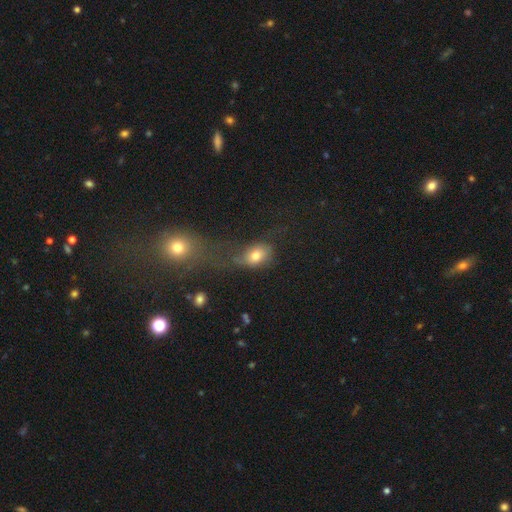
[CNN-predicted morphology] Q: Smooth or featured?
A: smooth (73%); runner-up: featured or disk (15%)
Q: How rounded?
A: in between (72%); runner-up: round (25%)
Q: Merging?
A: none (33%); runner-up: major disturbance (28%)